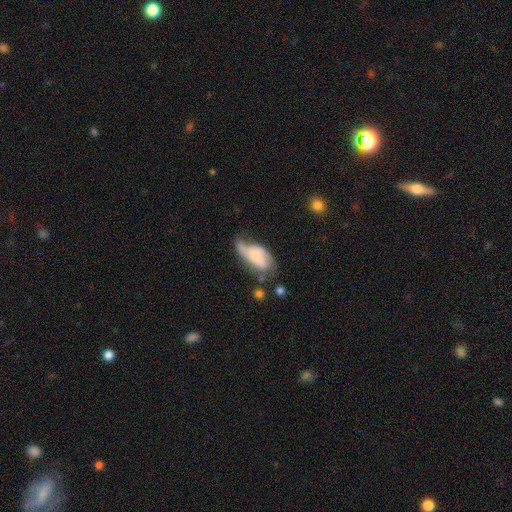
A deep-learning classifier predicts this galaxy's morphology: featured or disk 48%, smooth 45%, star or artifact 7%. Down the decision tree: merging — minor disturbance (33%).